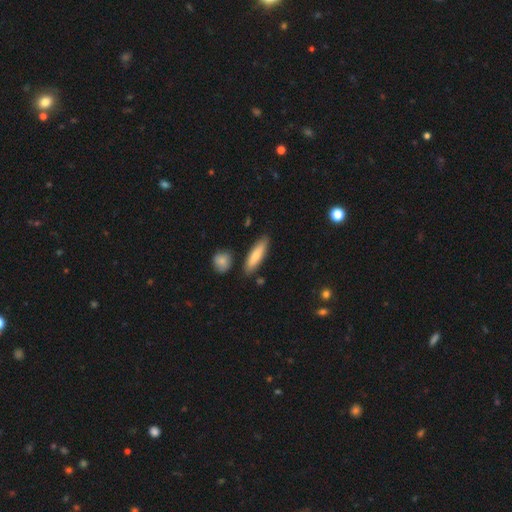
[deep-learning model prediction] Smooth or featured? smooth (77%)
How rounded? cigar-shaped (63%)
Merging? none (82%)